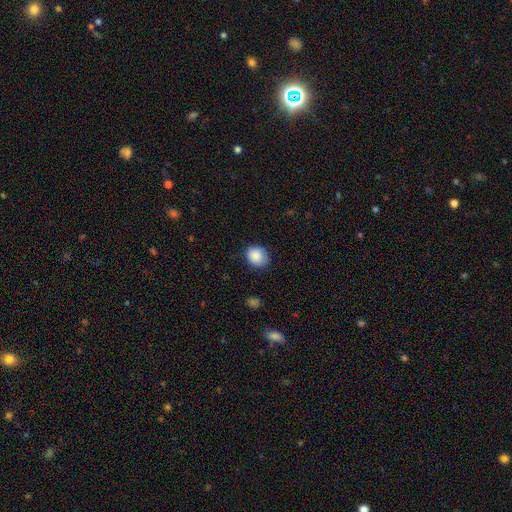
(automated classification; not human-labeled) This is clearly a smooth galaxy (88%). How rounded: likely round (69%). Merging: likely none (78%).